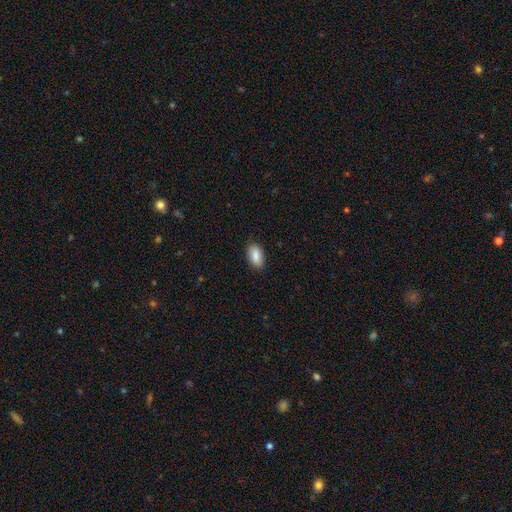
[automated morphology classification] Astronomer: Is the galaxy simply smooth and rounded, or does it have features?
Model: smooth — 88%.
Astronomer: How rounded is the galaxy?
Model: in between — 93%.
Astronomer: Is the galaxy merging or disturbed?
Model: none — 88%.